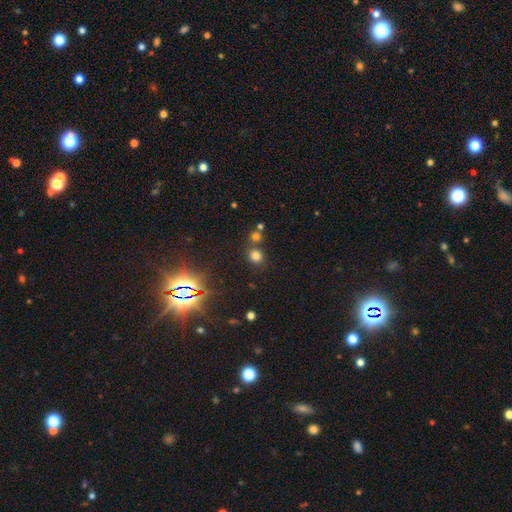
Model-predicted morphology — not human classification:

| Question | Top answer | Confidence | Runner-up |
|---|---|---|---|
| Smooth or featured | smooth | 71% | star or artifact (23%) |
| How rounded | round | 82% | in between (17%) |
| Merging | none | 72% | merger (17%) |